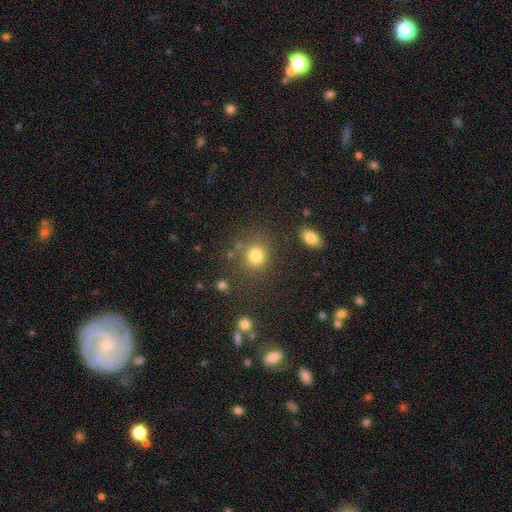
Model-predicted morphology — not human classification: This appears to be a smooth galaxy with no disk features (80%) that is round (80%). Merging: none (77%).